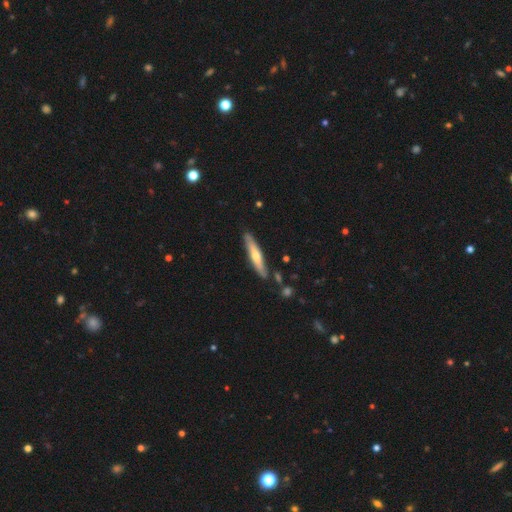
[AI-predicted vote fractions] Morphology: type=smooth (48%); merging=none (83%).